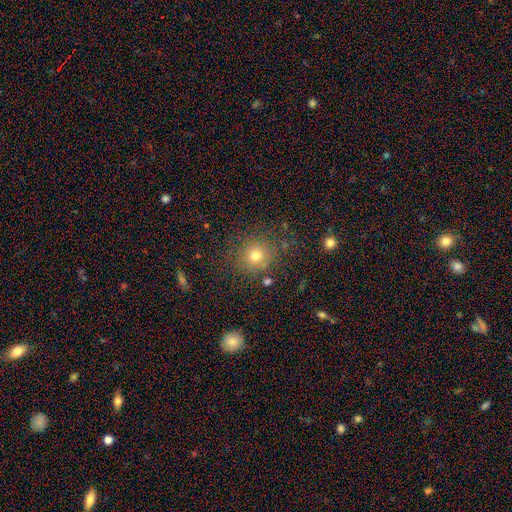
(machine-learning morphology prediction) This appears to be a smooth galaxy with no disk features (75%) that is round (88%). Merging: none (81%).